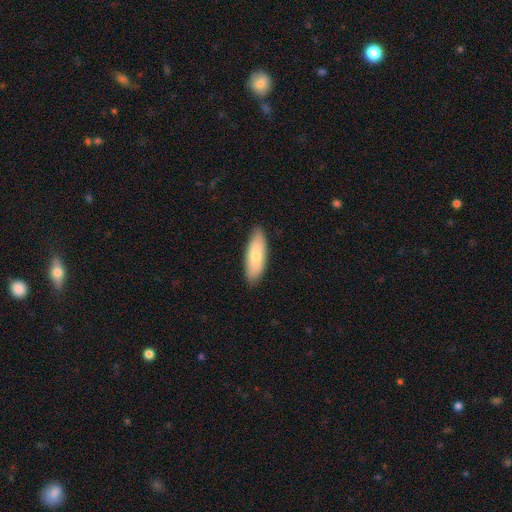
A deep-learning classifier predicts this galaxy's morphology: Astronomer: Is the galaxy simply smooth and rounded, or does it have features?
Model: smooth — 75%.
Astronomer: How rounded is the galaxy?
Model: in between — 60% (runner-up: cigar-shaped, 38%).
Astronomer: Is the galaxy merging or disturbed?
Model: none — 86%.